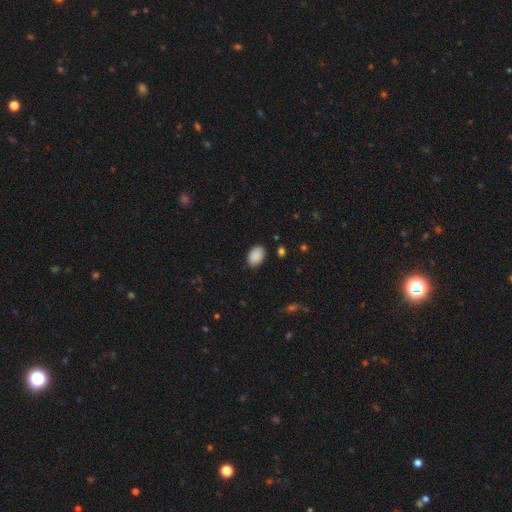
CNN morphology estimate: This is clearly a smooth galaxy (90%). How rounded: clearly in between (87%). Merging: clearly none (86%).